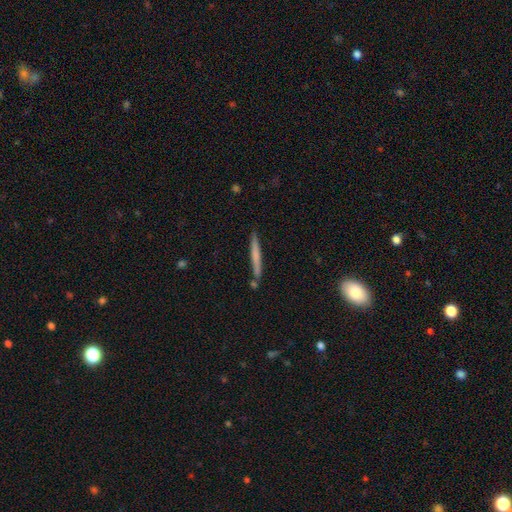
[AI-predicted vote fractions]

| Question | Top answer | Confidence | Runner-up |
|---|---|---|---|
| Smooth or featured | smooth | 63% | featured or disk (31%) |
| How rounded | cigar-shaped | 96% | in between (2%) |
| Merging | none | 84% | minor disturbance (10%) |